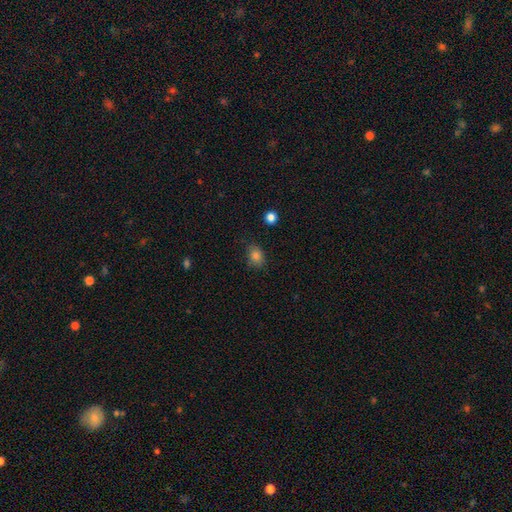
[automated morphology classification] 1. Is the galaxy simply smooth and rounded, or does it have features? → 83% smooth, 11% star or artifact, 6% featured or disk.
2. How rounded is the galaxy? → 50% in between, 49% round, 1% cigar-shaped.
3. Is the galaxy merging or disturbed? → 76% none, 18% minor disturbance, 4% major disturbance, 2% merger.